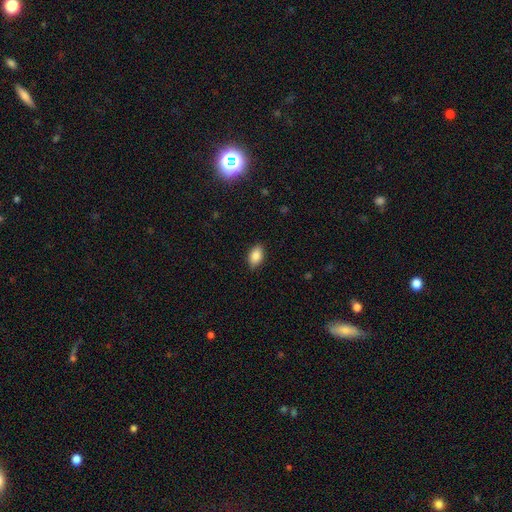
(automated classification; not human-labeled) Q: Smooth or featured?
A: smooth (87%); runner-up: star or artifact (8%)
Q: How rounded?
A: in between (91%); runner-up: round (7%)
Q: Merging?
A: none (87%); runner-up: minor disturbance (10%)